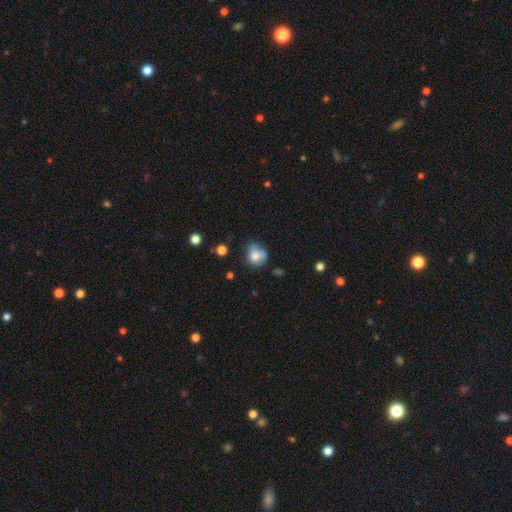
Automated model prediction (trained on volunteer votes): A smooth galaxy with no disk features (75%) that is round (72%).

Vote fractions:
- Smooth or featured? smooth: 75% / featured or disk: 14% / star or artifact: 11%
- How rounded? round: 72% / in between: 27% / cigar-shaped: 1%
- Merging? none: 47% / minor disturbance: 29% / major disturbance: 12% / merger: 12%